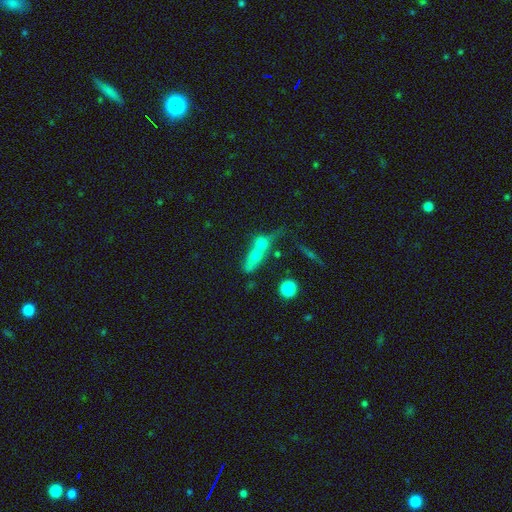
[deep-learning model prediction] A smooth galaxy with no disk features (56%) that is in between round and cigar-shaped (44%). Merging: merger (69%).